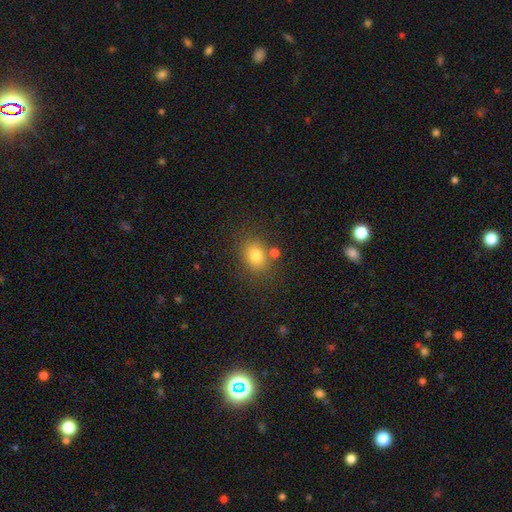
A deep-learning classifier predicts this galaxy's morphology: Smooth or featured? smooth (80%)
How rounded? in between (51%)
Merging? none (74%)